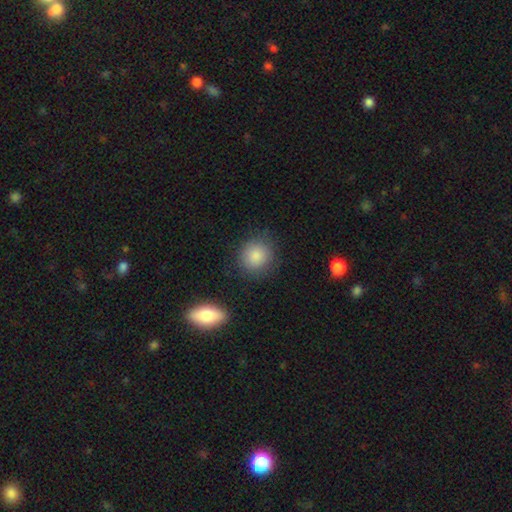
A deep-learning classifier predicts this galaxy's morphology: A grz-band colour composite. It shows a smooth galaxy with no disk features (86%) that is round (84%). Merging: none (85%).